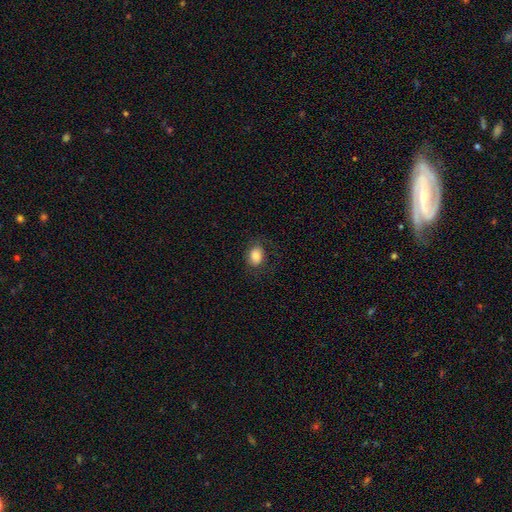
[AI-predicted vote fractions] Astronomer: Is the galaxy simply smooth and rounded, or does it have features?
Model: smooth — 83%.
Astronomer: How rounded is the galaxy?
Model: in between — 62%.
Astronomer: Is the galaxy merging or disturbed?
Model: none — 75%.